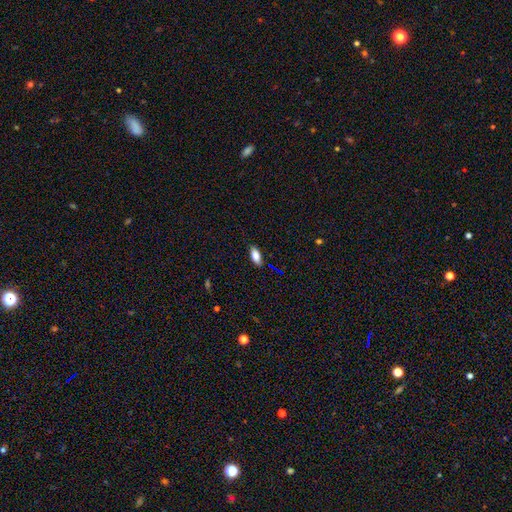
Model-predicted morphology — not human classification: A smooth galaxy with no disk features (82%) that is in between round and cigar-shaped (84%).

Vote fractions:
- Smooth or featured? smooth: 82% / featured or disk: 11% / star or artifact: 8%
- How rounded? in between: 84% / cigar-shaped: 13% / round: 3%
- Merging? none: 85% / minor disturbance: 11% / major disturbance: 2% / merger: 1%